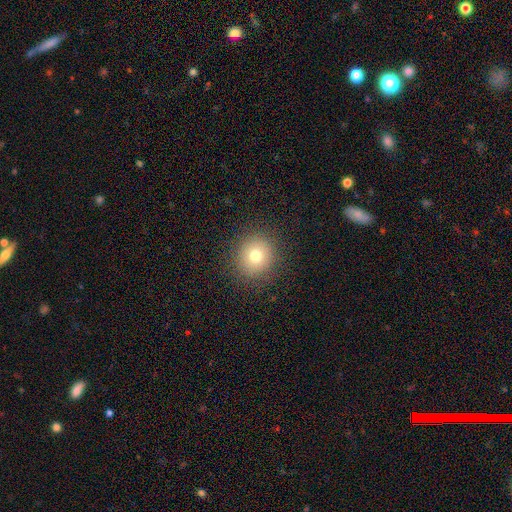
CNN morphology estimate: The model was most divided on "smooth or featured": smooth: 75%, star or artifact: 14%, featured or disk: 12%. More confident: how rounded — round (90%); merging — none (89%).